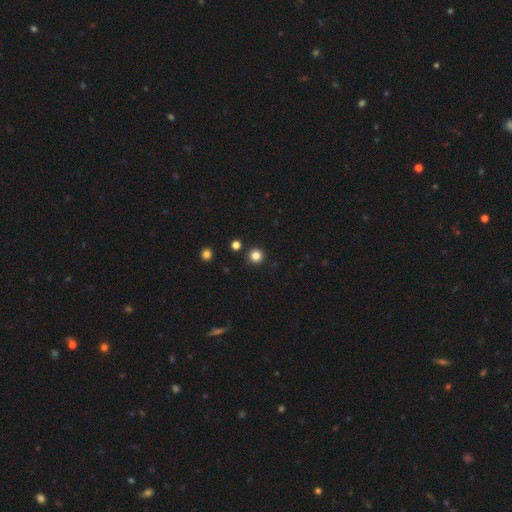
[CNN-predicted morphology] A smooth galaxy with no disk features (83%) that is round (95%).

Vote fractions:
- Smooth or featured? smooth: 83% / star or artifact: 13% / featured or disk: 4%
- How rounded? round: 95% / in between: 4% / cigar-shaped: 1%
- Merging? none: 91% / minor disturbance: 5% / merger: 2% / major disturbance: 2%